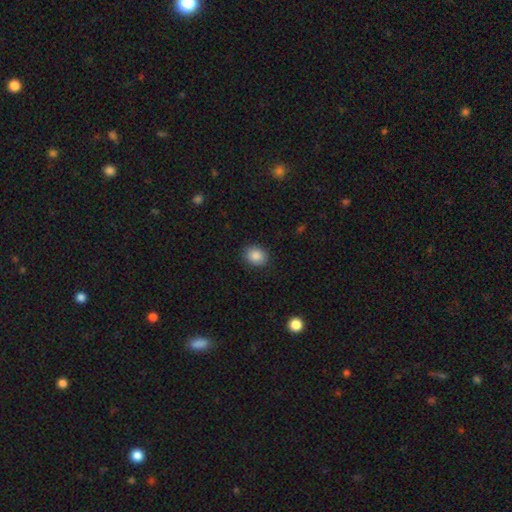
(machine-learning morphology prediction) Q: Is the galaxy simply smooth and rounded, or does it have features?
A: smooth — 87%.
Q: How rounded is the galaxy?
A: round — 52%.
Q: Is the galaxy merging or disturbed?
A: none — 89%.